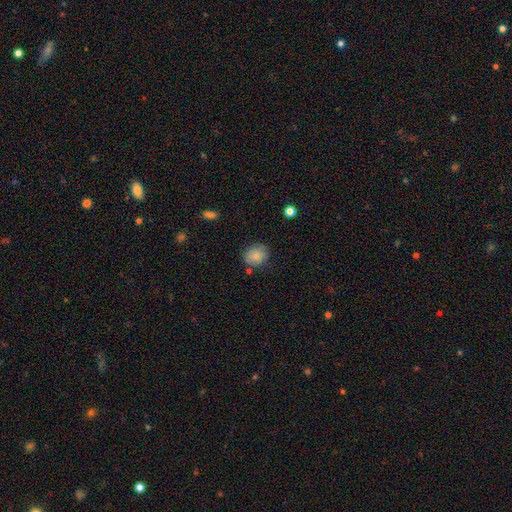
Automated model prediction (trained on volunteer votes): smooth-or-featured: smooth: 81% | featured or disk: 10% | star or artifact: 9%
  how-rounded: round: 74% | in between: 25% | cigar-shaped: 1%
  merging: none: 79% | minor disturbance: 14% | merger: 4% | major disturbance: 3%